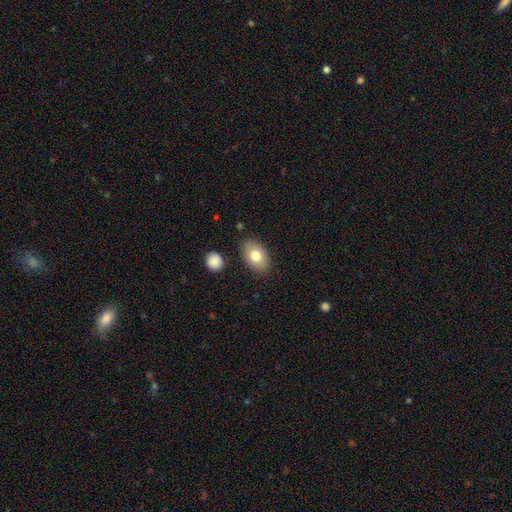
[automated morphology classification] This is likely a smooth galaxy (78%). How rounded: clearly in between (88%). Merging: clearly none (84%).